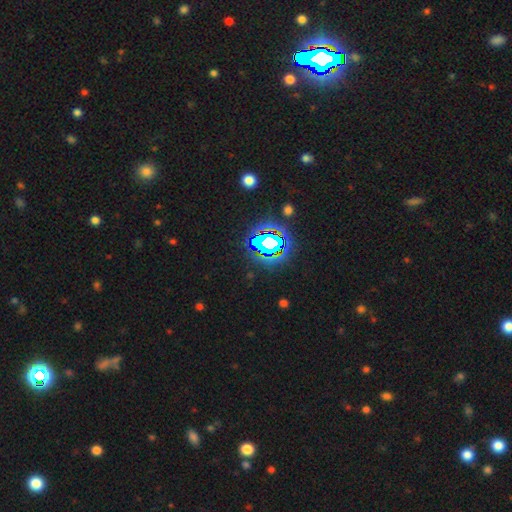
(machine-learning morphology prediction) star or artifact 82%, smooth 11%, featured or disk 7%.